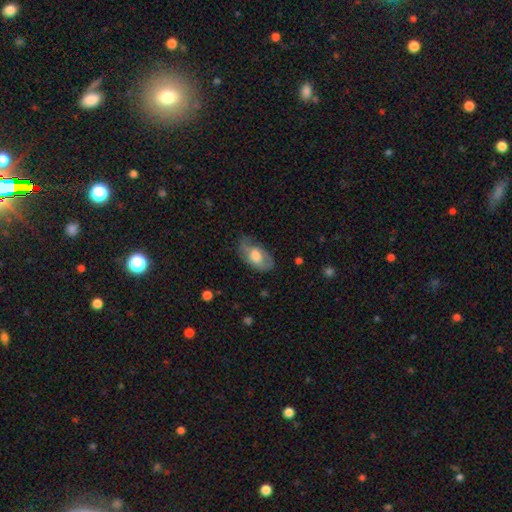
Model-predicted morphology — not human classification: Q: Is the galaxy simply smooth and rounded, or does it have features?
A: smooth — 54%.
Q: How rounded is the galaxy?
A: in between — 91%.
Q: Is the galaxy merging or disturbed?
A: none — 60%.